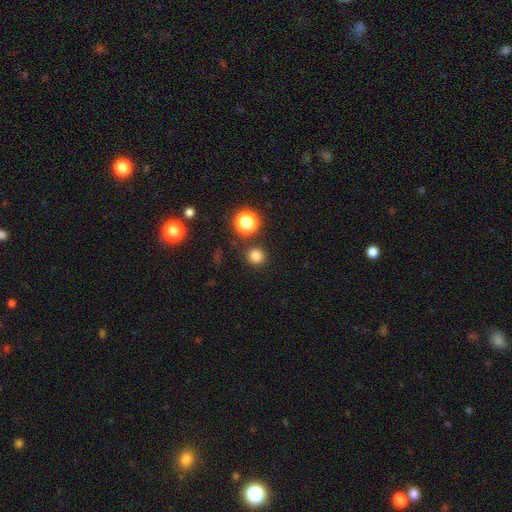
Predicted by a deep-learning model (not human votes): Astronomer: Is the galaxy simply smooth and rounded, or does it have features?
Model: smooth — 79%.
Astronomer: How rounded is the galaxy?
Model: round — 94%.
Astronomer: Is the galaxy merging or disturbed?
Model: none — 87%.